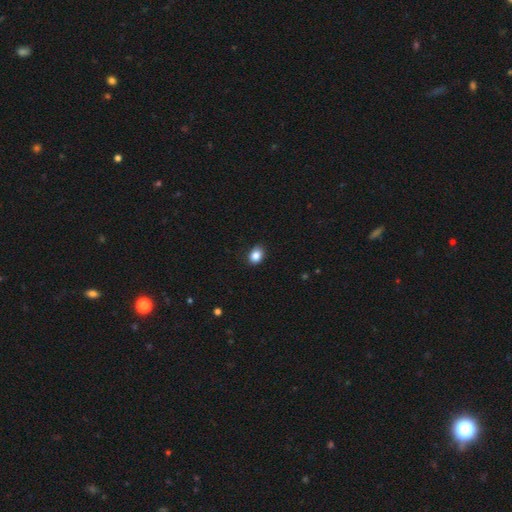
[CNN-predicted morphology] Smooth or featured? Predicted: smooth (p=0.86). How rounded? Predicted: in between (p=0.65). Merging? Predicted: none (p=0.86).